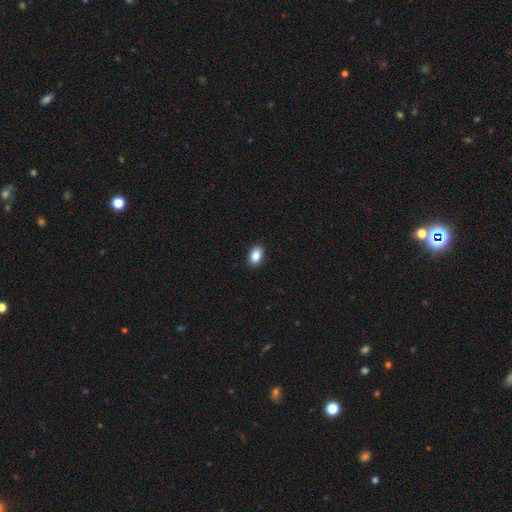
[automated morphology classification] The model was most divided on "how rounded": in between: 87%, round: 12%, cigar-shaped: 1%. More confident: merging — none (90%); smooth or featured — smooth (88%).